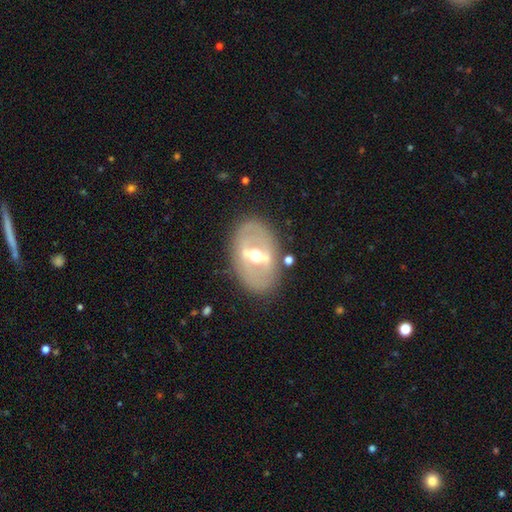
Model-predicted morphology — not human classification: A featured or disk galaxy (76%) with a strong bar (65%), no spiral arms (74%) and a moderate central bulge (74%).

Vote fractions:
- Smooth or featured? featured or disk: 76% / smooth: 18% / star or artifact: 6%
- Edge-on disk? no: 88% / yes: 12%
- Bar? strong: 65% / weak: 26% / no: 9%
- Spiral arms? no: 74% / yes: 26%
- Bulge size? moderate: 74% / small: 13% / large: 10% / dominant: 1% / none: 1%
- Merging? none: 81% / minor disturbance: 12% / major disturbance: 5% / merger: 2%